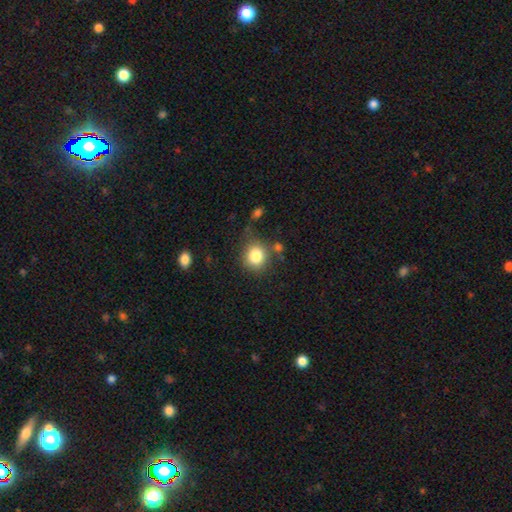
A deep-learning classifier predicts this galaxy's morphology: Q: Smooth or featured?
A: smooth (83%); runner-up: star or artifact (10%)
Q: How rounded?
A: round (80%); runner-up: in between (19%)
Q: Merging?
A: none (69%); runner-up: minor disturbance (17%)